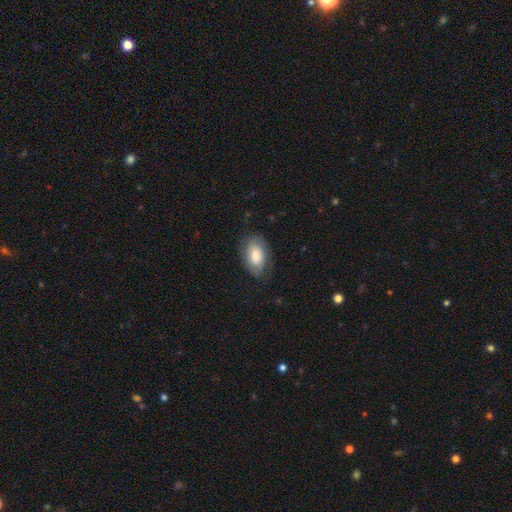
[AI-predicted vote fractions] Smooth or featured? Predicted: smooth (p=0.72). How rounded? Predicted: in between (p=0.93). Merging? Predicted: none (p=0.72).